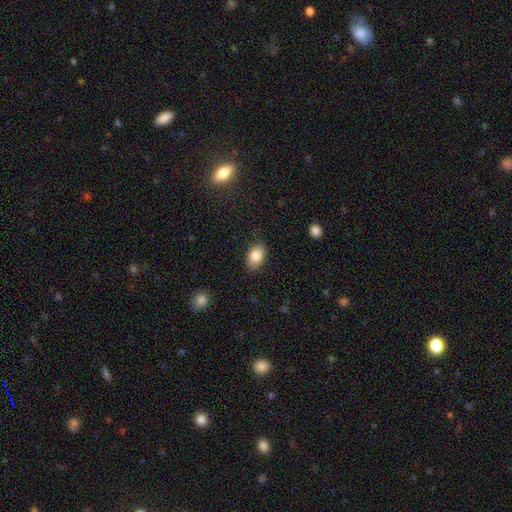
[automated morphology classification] Smooth or featured? smooth (85%)
How rounded? in between (87%)
Merging? none (84%)